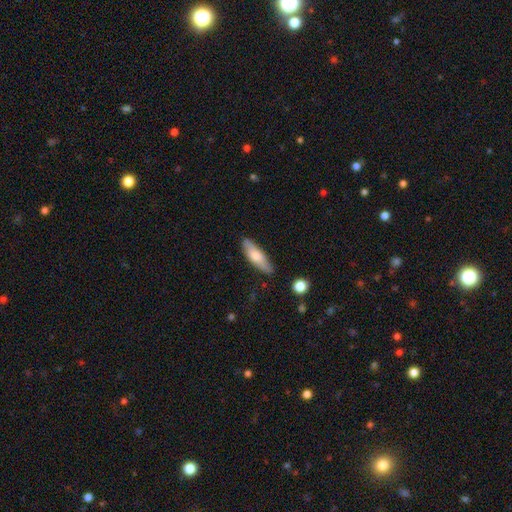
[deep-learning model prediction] This is likely a smooth galaxy (65%). How rounded: possibly in between (51%). Merging: clearly none (82%).